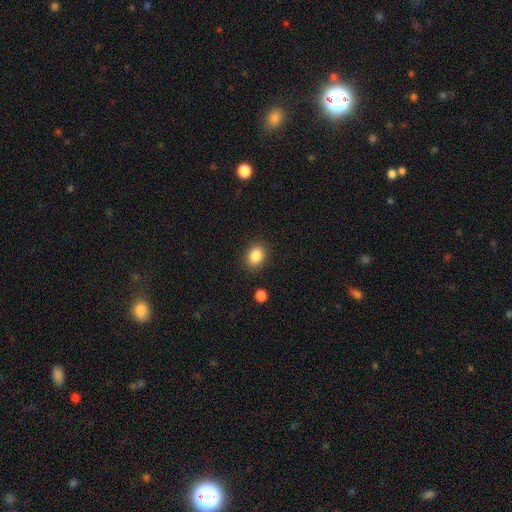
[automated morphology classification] type=smooth (86%); roundness=in between (53%); merging=none (87%).